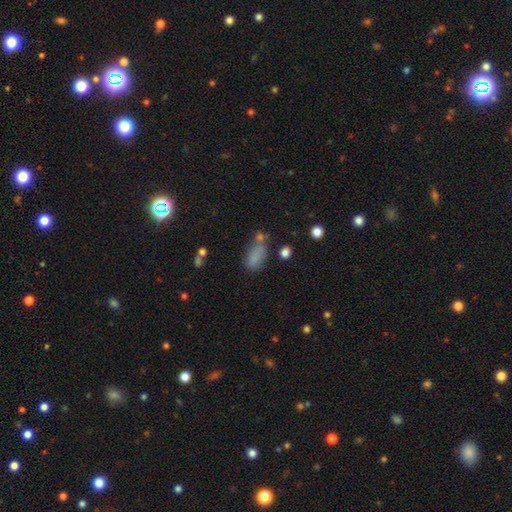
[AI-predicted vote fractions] This is likely a smooth galaxy (75%). How rounded: clearly in between (85%). Merging: marginally none (44%).